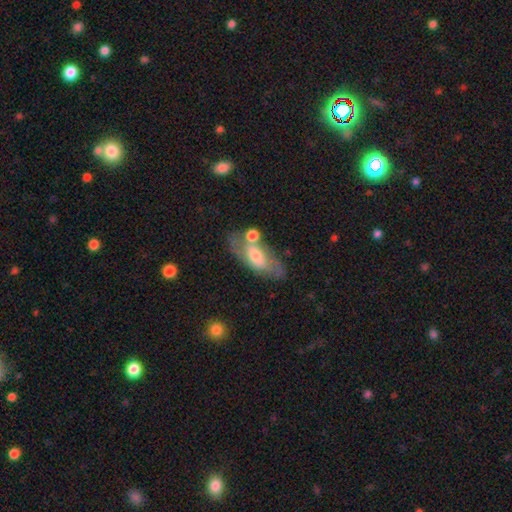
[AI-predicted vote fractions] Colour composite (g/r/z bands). It shows a smooth galaxy with no disk features (47%). Merging: none (53%).